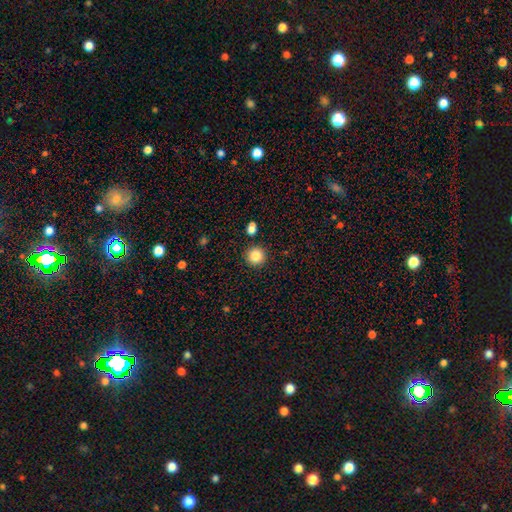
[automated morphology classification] Q: Smooth or featured?
A: smooth (85%); runner-up: star or artifact (10%)
Q: How rounded?
A: round (95%); runner-up: in between (4%)
Q: Merging?
A: none (90%); runner-up: minor disturbance (5%)